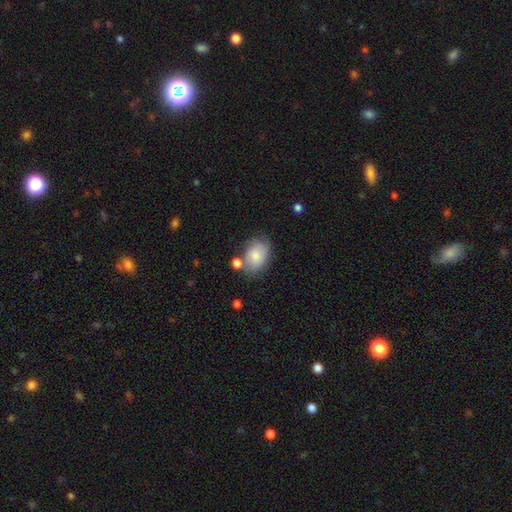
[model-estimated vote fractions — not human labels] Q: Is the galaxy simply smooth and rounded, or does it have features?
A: smooth — 77%.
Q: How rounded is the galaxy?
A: in between — 75%.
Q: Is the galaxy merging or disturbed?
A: none — 57%.